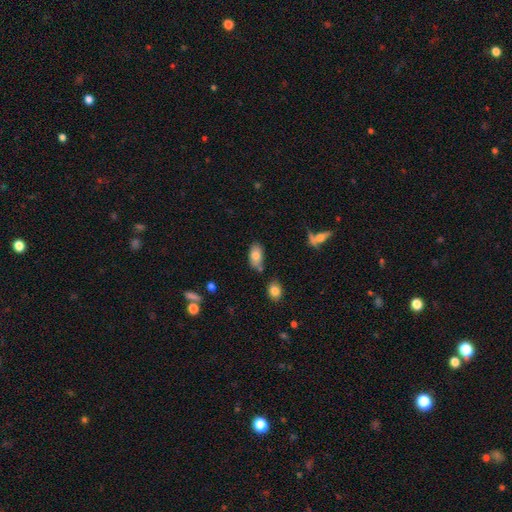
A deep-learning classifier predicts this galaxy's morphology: A smooth galaxy with no disk features (79%) that is in between round and cigar-shaped (92%).

Vote fractions:
- Smooth or featured? smooth: 79% / featured or disk: 13% / star or artifact: 8%
- How rounded? in between: 92% / round: 4% / cigar-shaped: 3%
- Merging? none: 60% / minor disturbance: 23% / merger: 12% / major disturbance: 5%